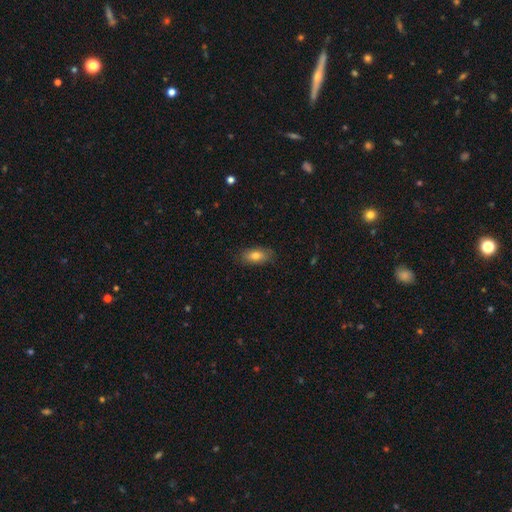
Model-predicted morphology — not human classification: type=smooth (77%); roundness=in between (86%); merging=none (84%).